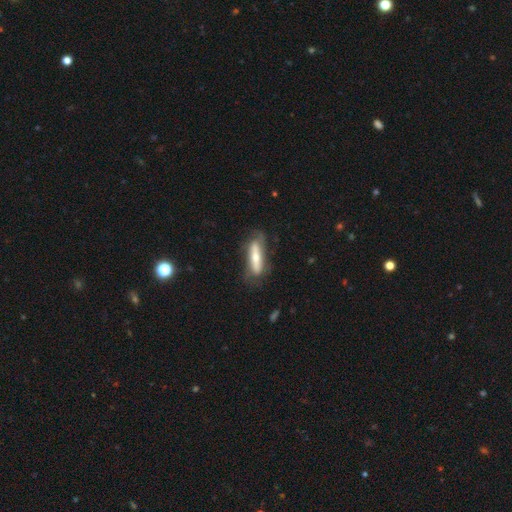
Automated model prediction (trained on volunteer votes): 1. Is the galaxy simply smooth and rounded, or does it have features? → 51% featured or disk, 43% smooth, 6% star or artifact.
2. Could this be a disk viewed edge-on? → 56% yes, 44% no.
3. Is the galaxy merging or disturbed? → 67% none, 21% minor disturbance, 10% major disturbance, 2% merger.